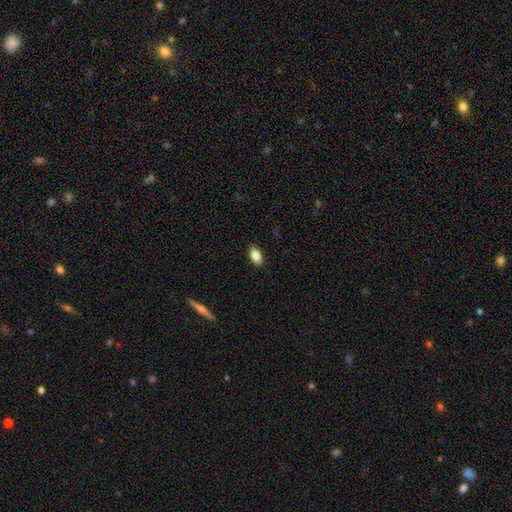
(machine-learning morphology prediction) This appears to be a smooth galaxy with no disk features (87%) that is in between round and cigar-shaped (91%). Merging: none (89%).